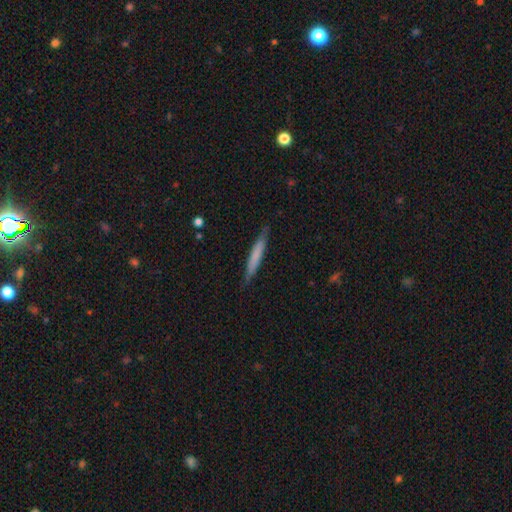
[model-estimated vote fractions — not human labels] Morphology: type=smooth (65%); roundness=cigar-shaped (94%); merging=none (85%).